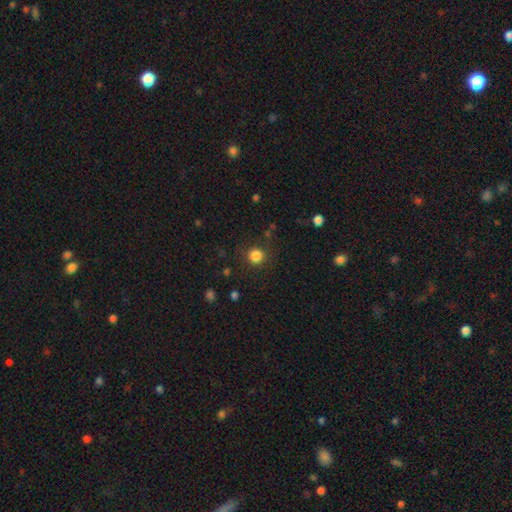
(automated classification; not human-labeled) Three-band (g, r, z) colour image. It shows a smooth galaxy with no disk features (84%) that is round (93%). Merging: none (86%).